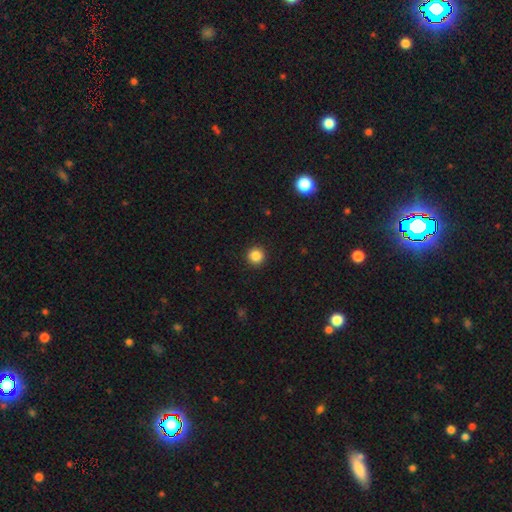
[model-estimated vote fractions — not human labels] smooth_or_featured: smooth (p=0.86) [alt: star or artifact p=0.10]
how_rounded: round (p=0.96) [alt: in between p=0.04]
merging: none (p=0.93) [alt: minor disturbance p=0.04]